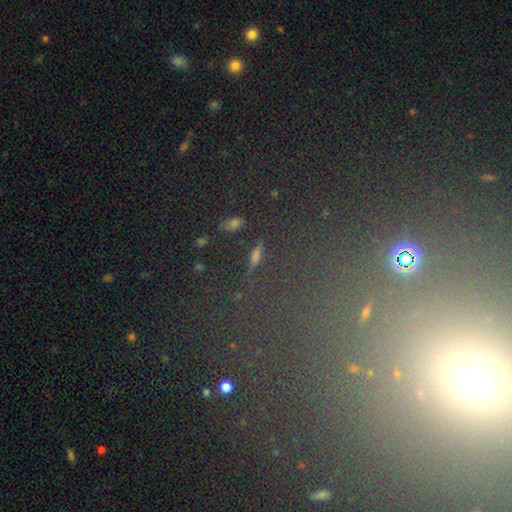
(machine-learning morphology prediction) smooth 40%, featured or disk 32%, star or artifact 28%. Down the decision tree: merging — none (83%).